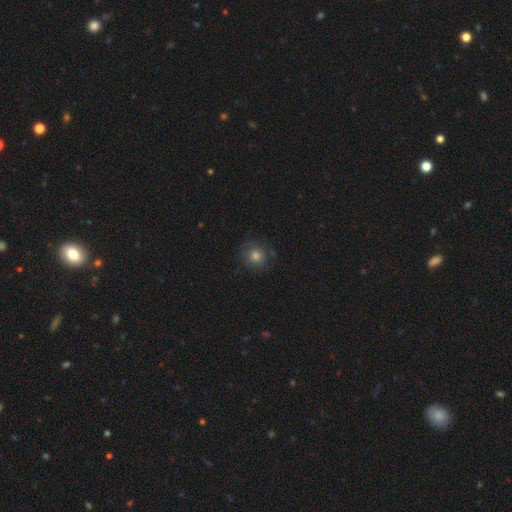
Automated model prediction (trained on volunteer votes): Smooth or featured? smooth (71%)
How rounded? round (91%)
Merging? none (83%)